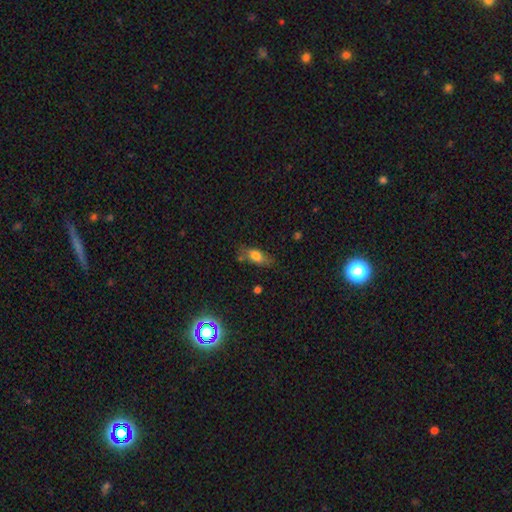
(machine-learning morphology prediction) Q: Smooth or featured?
A: smooth (72%); runner-up: featured or disk (18%)
Q: How rounded?
A: in between (76%); runner-up: cigar-shaped (18%)
Q: Merging?
A: none (64%); runner-up: minor disturbance (23%)